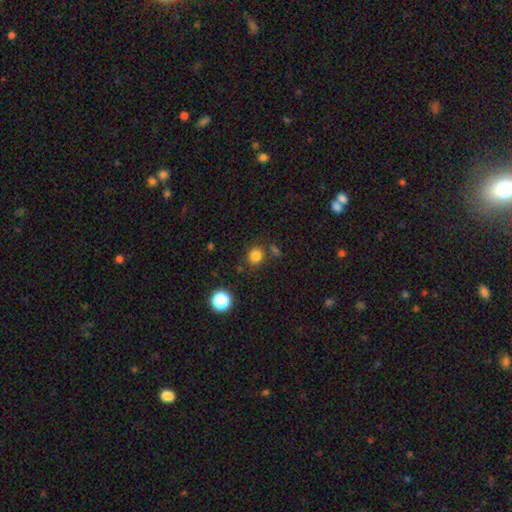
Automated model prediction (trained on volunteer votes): A smooth galaxy with no disk features (81%) that is round (87%).

Vote fractions:
- Smooth or featured? smooth: 81% / star or artifact: 15% / featured or disk: 4%
- How rounded? round: 87% / in between: 12% / cigar-shaped: 1%
- Merging? none: 79% / minor disturbance: 10% / merger: 7% / major disturbance: 4%